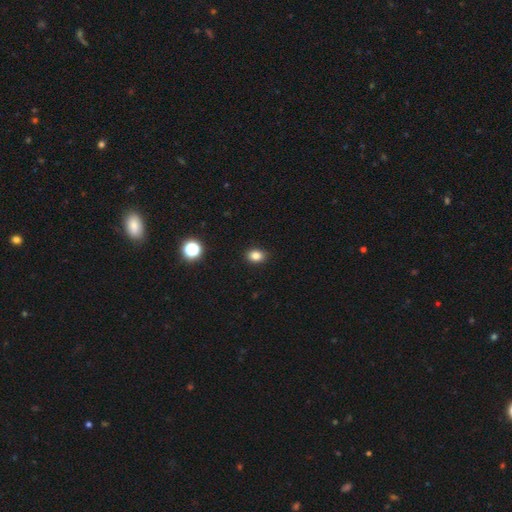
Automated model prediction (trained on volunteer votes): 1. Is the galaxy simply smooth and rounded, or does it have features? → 83% smooth, 12% star or artifact, 5% featured or disk.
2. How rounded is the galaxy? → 63% in between, 36% round, 1% cigar-shaped.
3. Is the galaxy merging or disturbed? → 88% none, 9% minor disturbance, 2% major disturbance, 1% merger.